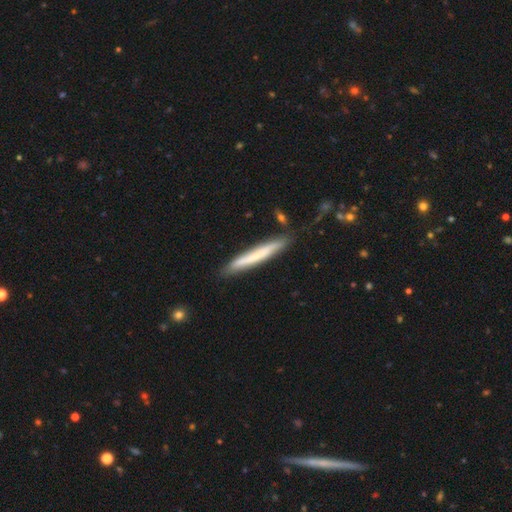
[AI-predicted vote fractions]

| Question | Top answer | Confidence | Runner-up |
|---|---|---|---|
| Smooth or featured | smooth | 59% | featured or disk (35%) |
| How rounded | cigar-shaped | 96% | in between (3%) |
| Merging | none | 82% | minor disturbance (13%) |